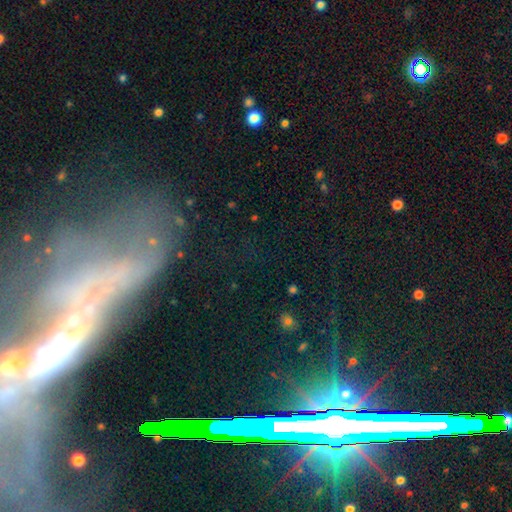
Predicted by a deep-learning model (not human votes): Overall: featured or disk (47%; star or artifact 34%). Merging: none (52%; major disturbance 18%).